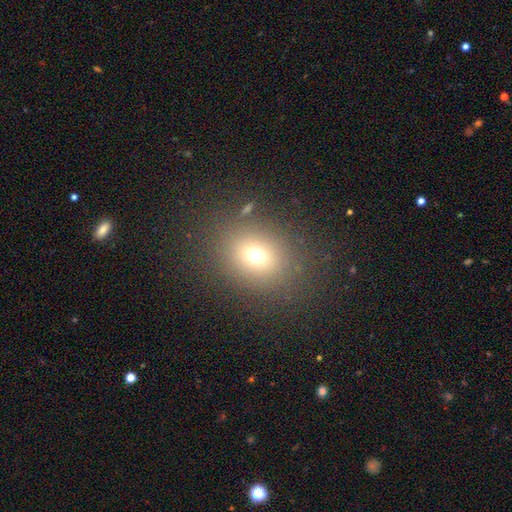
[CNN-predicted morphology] This is likely a smooth galaxy (69%). How rounded: likely round (65%). Merging: clearly none (81%).